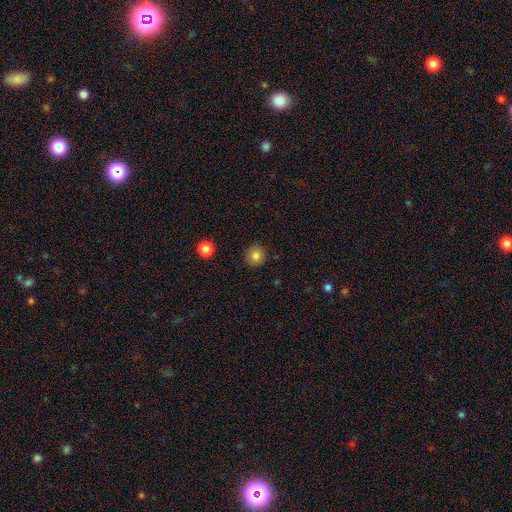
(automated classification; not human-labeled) Overall: smooth (84%). How rounded: round (92%). Merging: none (90%).